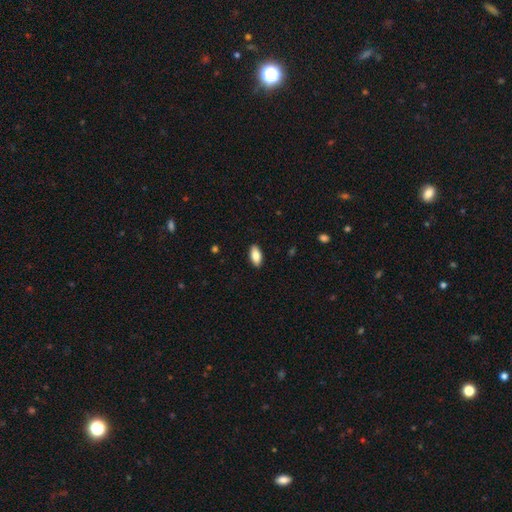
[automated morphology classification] smooth 84%, featured or disk 9%, star or artifact 6%. Down the decision tree: how rounded — in between (90%); merging — none (90%).